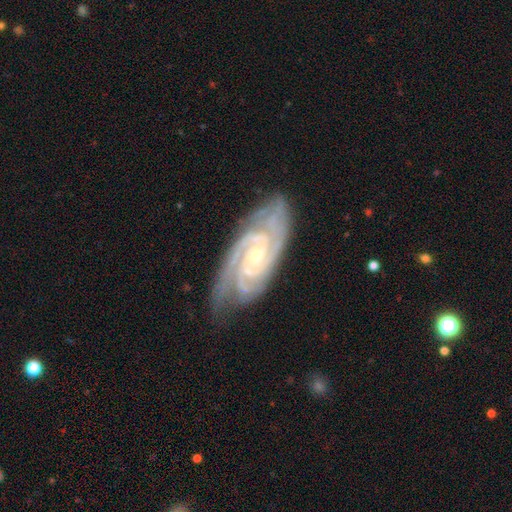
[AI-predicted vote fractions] Smooth or featured: featured or disk — 92% (star or artifact — 5%)
Edge-on disk: no — 96% (yes — 4%)
Bar: no — 55% (weak — 32%)
Spiral arms: yes — 99% (no — 1%)
Spiral winding: tight — 72% (medium — 25%)
Spiral arm count: 2 — 34% (3 — 33%)
Bulge size: small — 67% (moderate — 29%)
Merging: none — 76% (minor disturbance — 18%)